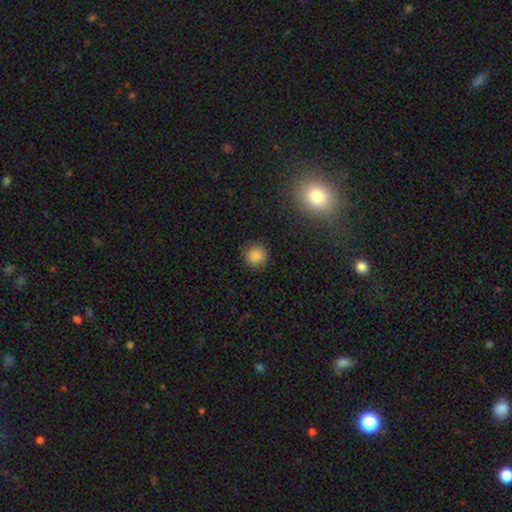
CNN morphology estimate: The model was most divided on "smooth or featured": smooth: 85%, star or artifact: 11%, featured or disk: 4%. More confident: how rounded — round (93%); merging — none (90%).